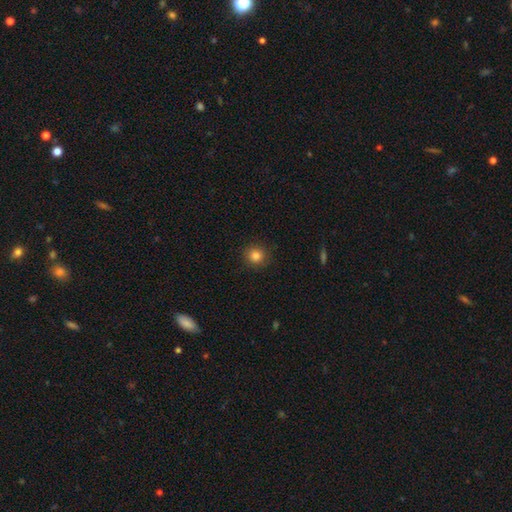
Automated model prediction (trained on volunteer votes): Overall: smooth (84%). How rounded: round (92%). Merging: none (90%).